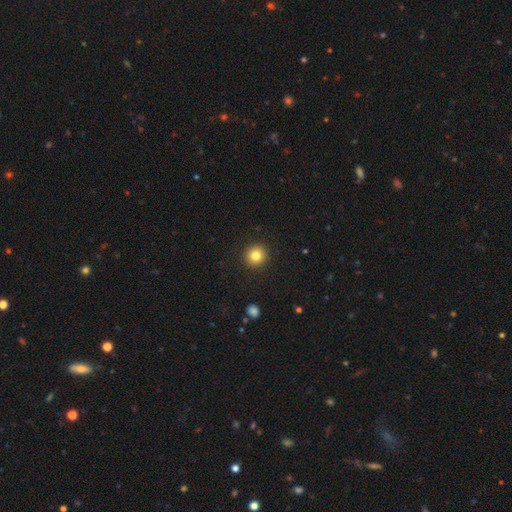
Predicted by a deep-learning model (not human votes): This appears to be a smooth galaxy with no disk features (83%) that is round (94%). Merging: none (93%).